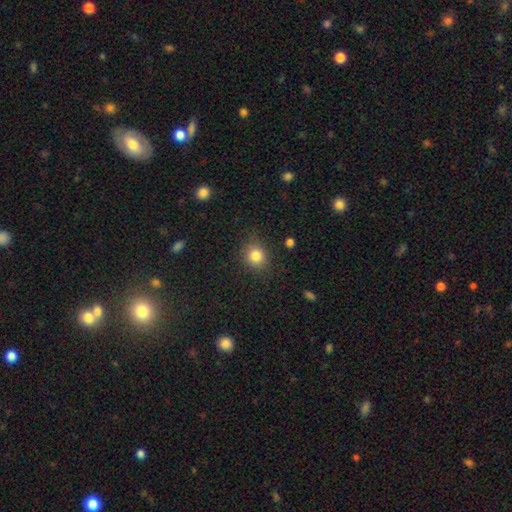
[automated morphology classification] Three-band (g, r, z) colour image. It shows a smooth galaxy with no disk features (83%) that is round (75%). Merging: none (84%).